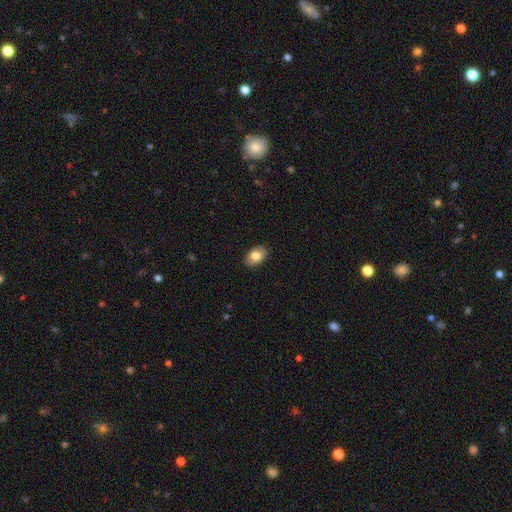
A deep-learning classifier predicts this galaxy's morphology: Overall: smooth (80%). How rounded: in between (87%). Merging: none (89%).